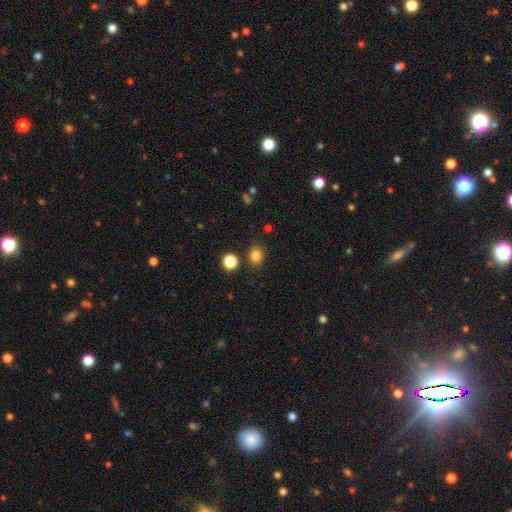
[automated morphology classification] smooth 84%, star or artifact 12%, featured or disk 4%. Down the decision tree: how rounded — round (65%); merging — none (84%).